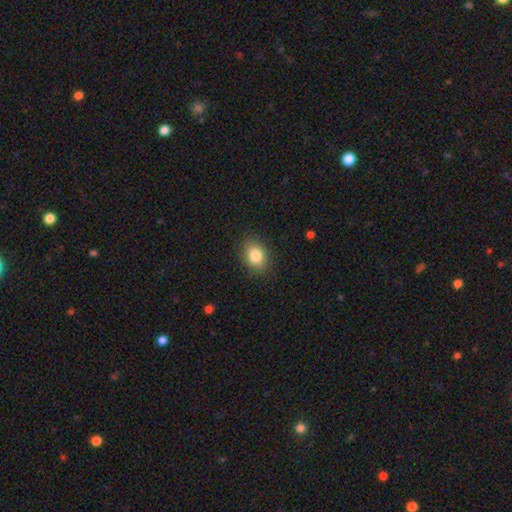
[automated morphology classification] Smooth or featured? smooth (83%)
How rounded? in between (66%)
Merging? none (86%)